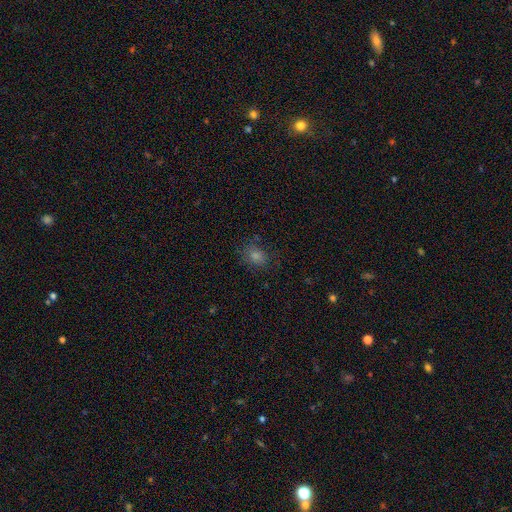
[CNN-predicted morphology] This is likely a smooth galaxy (68%). How rounded: possibly round (55%). Merging: likely none (79%).